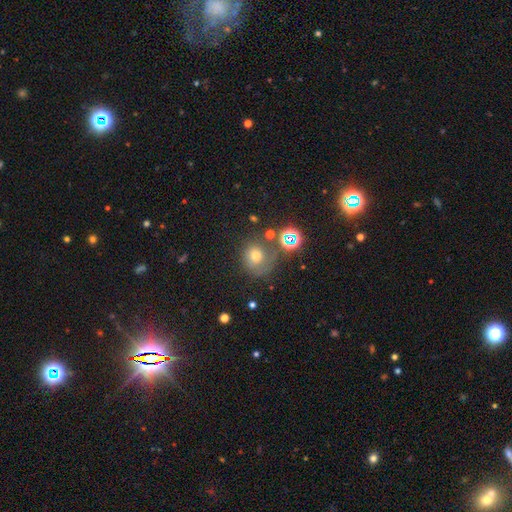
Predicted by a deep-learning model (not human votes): Smooth or featured?
  - smooth: 63% *
  - star or artifact: 23%
  - featured or disk: 14%
How rounded?
  - round: 83% *
  - in between: 16%
  - cigar-shaped: 1%
Merging?
  - none: 57% *
  - minor disturbance: 20%
  - major disturbance: 13%
  - merger: 11%